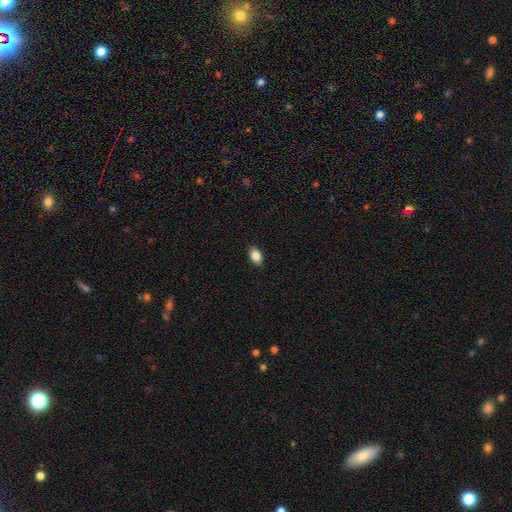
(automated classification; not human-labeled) A smooth galaxy with no disk features (87%) that is in between round and cigar-shaped (87%).

Vote fractions:
- Smooth or featured? smooth: 87% / star or artifact: 8% / featured or disk: 5%
- How rounded? in between: 87% / round: 11% / cigar-shaped: 2%
- Merging? none: 89% / minor disturbance: 8% / major disturbance: 2% / merger: 1%